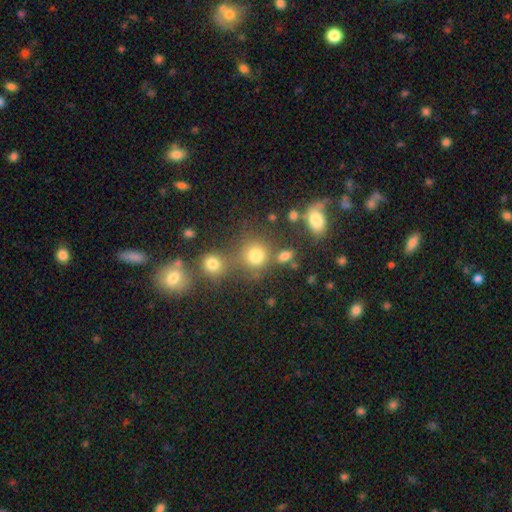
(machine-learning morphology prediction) A smooth galaxy with no disk features (73%) that is round (86%). Merging: none (67%).